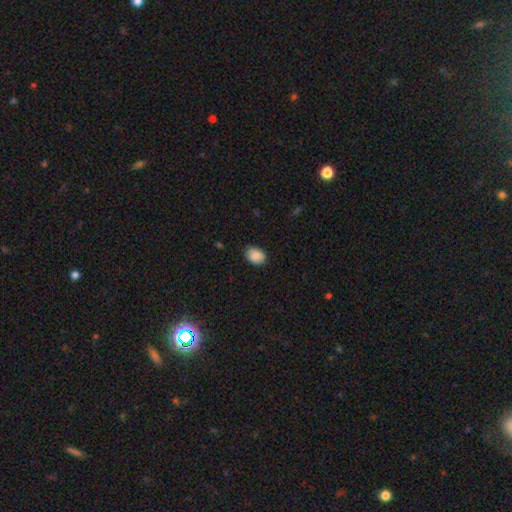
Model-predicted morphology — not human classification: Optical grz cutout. It shows a smooth galaxy with no disk features (89%) that is in between round and cigar-shaped (74%). Merging: none (84%).